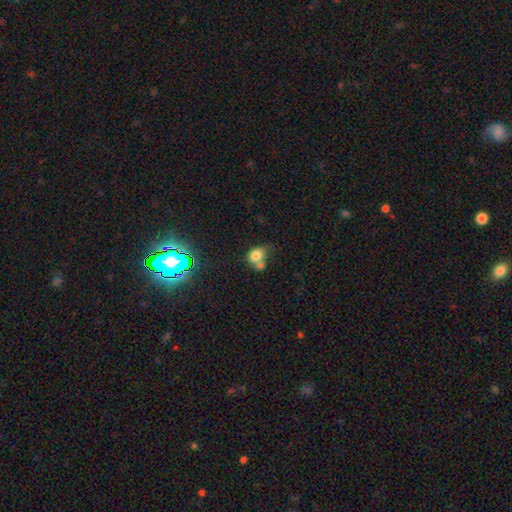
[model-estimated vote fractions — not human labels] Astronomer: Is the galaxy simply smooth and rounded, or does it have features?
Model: smooth — 75%.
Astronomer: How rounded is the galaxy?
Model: in between — 59% (runner-up: round, 40%).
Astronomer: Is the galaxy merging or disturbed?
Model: merger — 44% (runner-up: none, 35%).